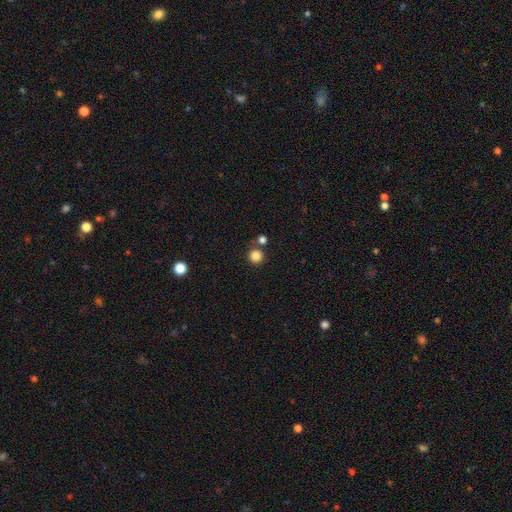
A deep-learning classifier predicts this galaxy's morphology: smooth 84%, star or artifact 12%, featured or disk 4%. Down the decision tree: how rounded — round (95%); merging — none (77%).